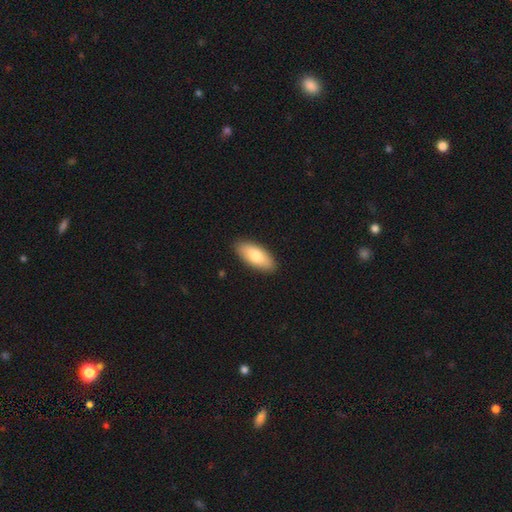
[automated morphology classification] This is likely a smooth galaxy (77%). How rounded: clearly in between (86%). Merging: clearly none (89%).